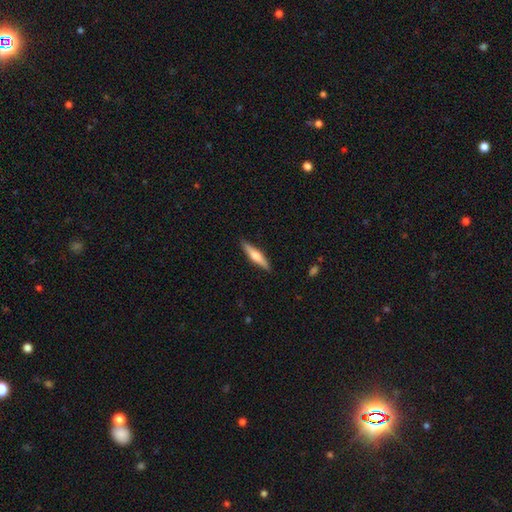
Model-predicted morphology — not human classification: smooth-or-featured: smooth: 49% | featured or disk: 46% | star or artifact: 5%
  merging: none: 90% | minor disturbance: 8% | major disturbance: 2% | merger: 1%